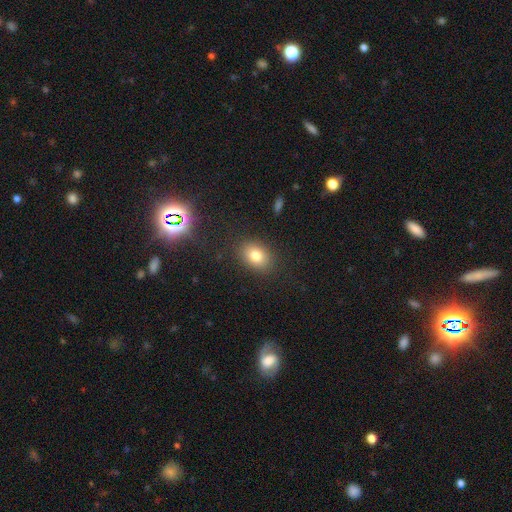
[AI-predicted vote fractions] Smooth or featured? Predicted: smooth (p=0.80). How rounded? Predicted: in between (p=0.67). Merging? Predicted: none (p=0.86).